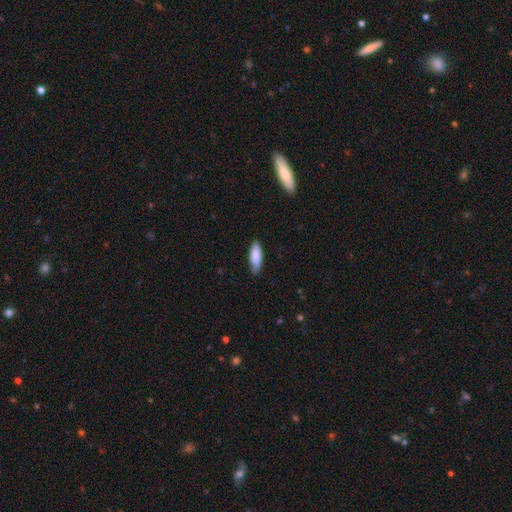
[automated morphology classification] A smooth galaxy with no disk features (85%) that is in between round and cigar-shaped (59%). Merging: none (80%).